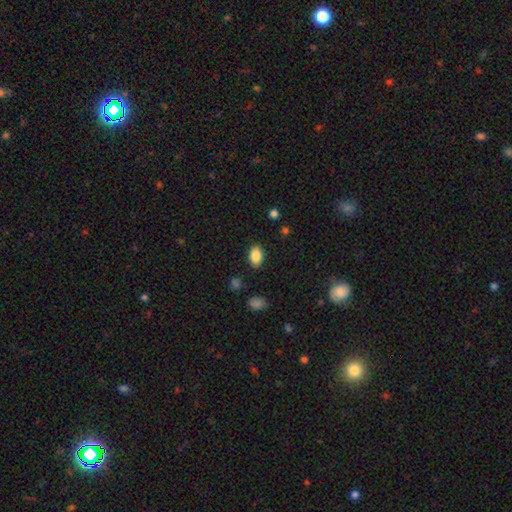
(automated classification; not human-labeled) Overall: smooth (87%). How rounded: in between (89%). Merging: none (86%).